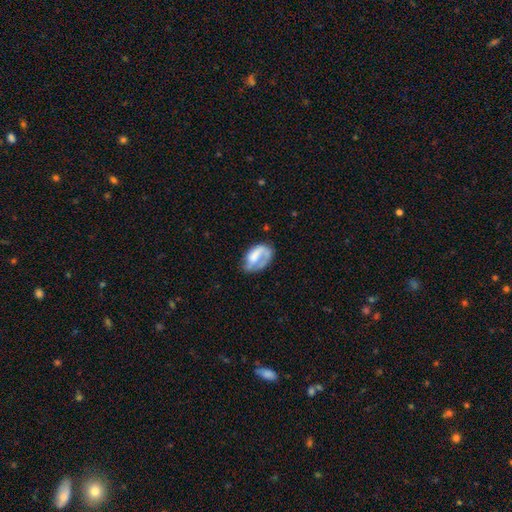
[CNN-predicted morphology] Smooth or featured?
  - featured or disk: 49% *
  - smooth: 44%
  - star or artifact: 7%
Merging?
  - none: 42% *
  - major disturbance: 29%
  - minor disturbance: 25%
  - merger: 4%